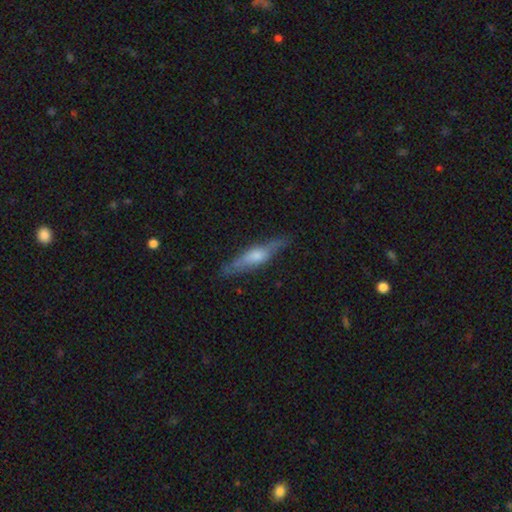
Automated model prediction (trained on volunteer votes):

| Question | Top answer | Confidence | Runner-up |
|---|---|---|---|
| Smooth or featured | featured or disk | 62% | smooth (32%) |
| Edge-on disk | yes | 92% | no (8%) |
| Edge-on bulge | rounded | 73% | boxy (19%) |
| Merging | none | 83% | minor disturbance (13%) |